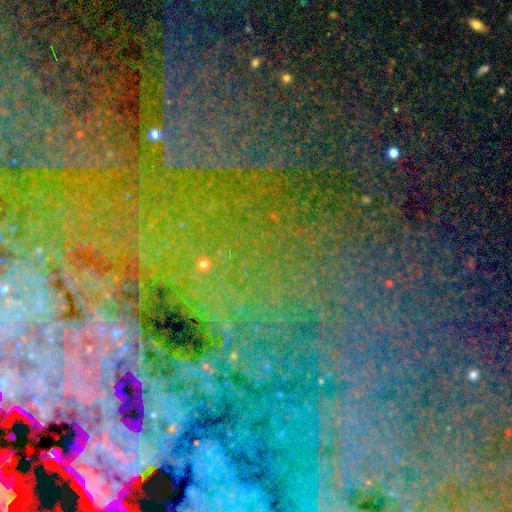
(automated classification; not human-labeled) This is likely a star or artifact rather than a galaxy (76%).